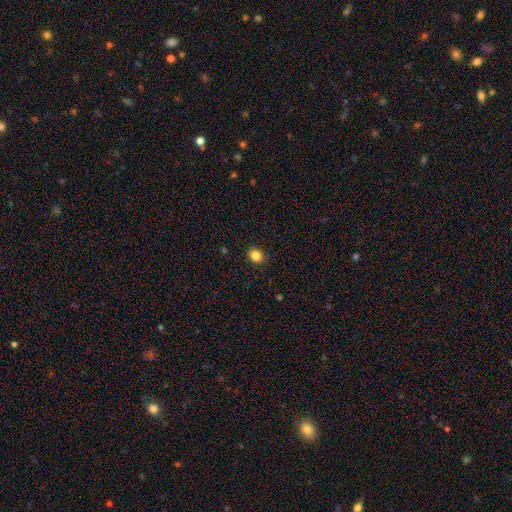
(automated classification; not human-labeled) smooth-or-featured: smooth: 84% | star or artifact: 11% | featured or disk: 4%
  how-rounded: round: 69% | in between: 30% | cigar-shaped: 1%
  merging: none: 91% | minor disturbance: 7% | major disturbance: 2% | merger: 1%